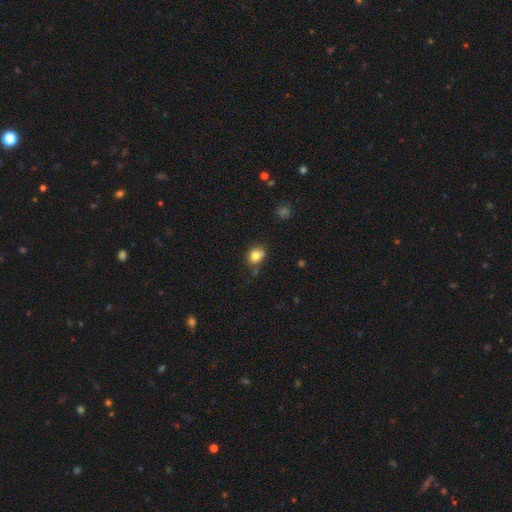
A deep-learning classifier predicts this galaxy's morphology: A smooth galaxy with no disk features (81%) that is round (57%). Merging: none (67%).